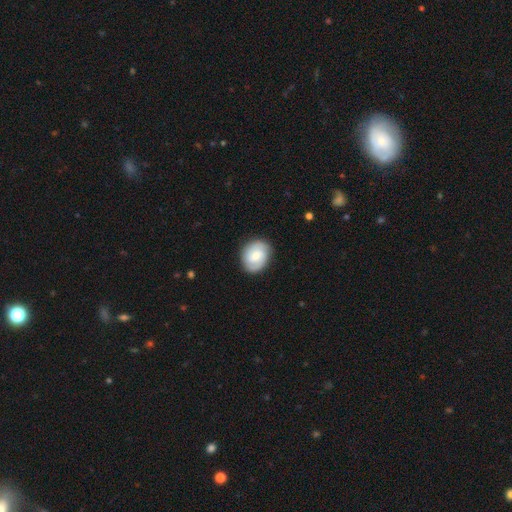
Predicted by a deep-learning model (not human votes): This is possibly a featured or disk galaxy (58%). It is clearly not viewed edge-on (97%). Bar: possibly weak (50%). Spiral arm pattern: clearly yes (90%). Spiral arm count: likely 2 (75%). Spiral winding: possibly tight (48%). Central bulge: possibly moderate (52%). Merging: clearly none (85%).